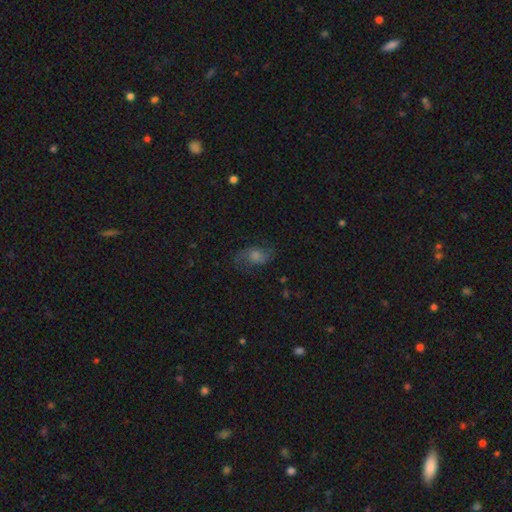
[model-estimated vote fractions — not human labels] Smooth or featured? featured or disk (51%)
Edge-on disk? no (93%)
Merging? none (72%)